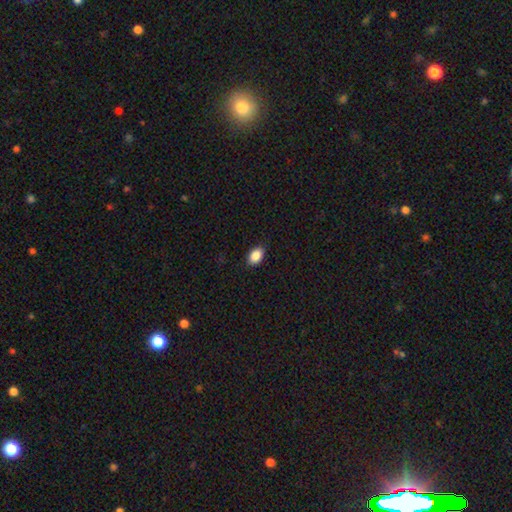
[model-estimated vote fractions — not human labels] smooth_or_featured: smooth (p=0.89) [alt: star or artifact p=0.08]
how_rounded: in between (p=0.86) [alt: round p=0.12]
merging: none (p=0.86) [alt: minor disturbance p=0.10]